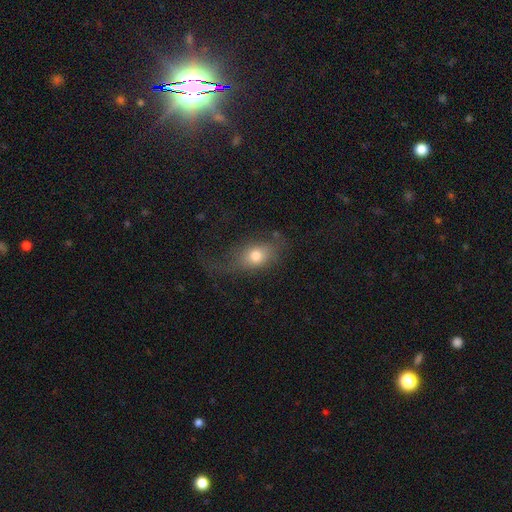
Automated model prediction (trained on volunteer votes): This is likely a smooth galaxy (72%). How rounded: likely in between (76%). Merging: marginally none (41%).